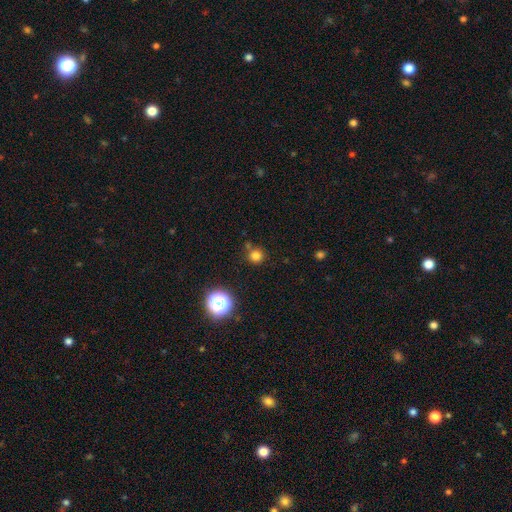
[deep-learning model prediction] Smooth or featured? Predicted: smooth (p=0.77). How rounded? Predicted: round (p=0.93). Merging? Predicted: none (p=0.77).